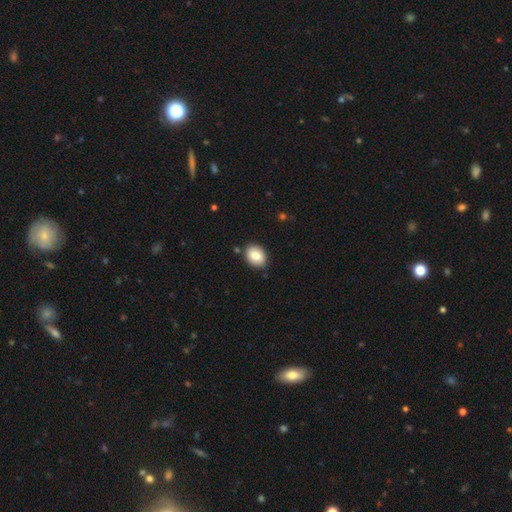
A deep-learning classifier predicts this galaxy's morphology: smooth_or_featured: smooth (p=0.85) [alt: star or artifact p=0.08]
how_rounded: in between (p=0.65) [alt: round p=0.34]
merging: none (p=0.83) [alt: minor disturbance p=0.12]